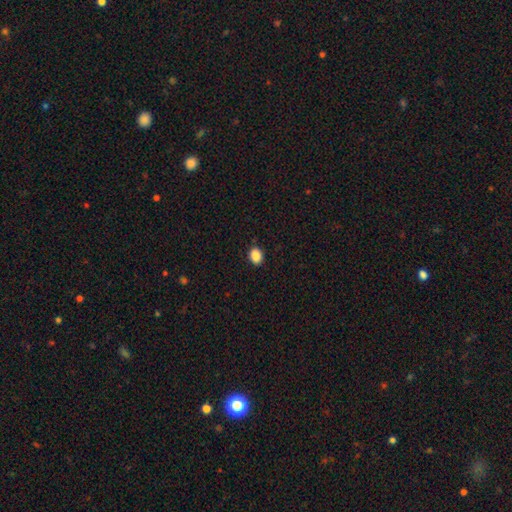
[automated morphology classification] type=smooth (88%); roundness=in between (54%); merging=none (89%).